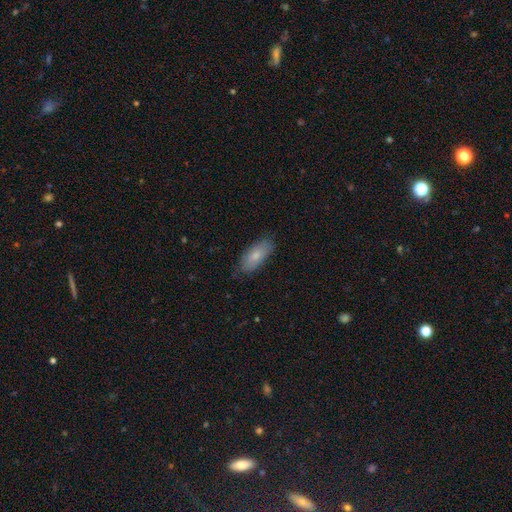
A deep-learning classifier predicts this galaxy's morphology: type=smooth (78%); roundness=in between (83%); merging=none (80%).